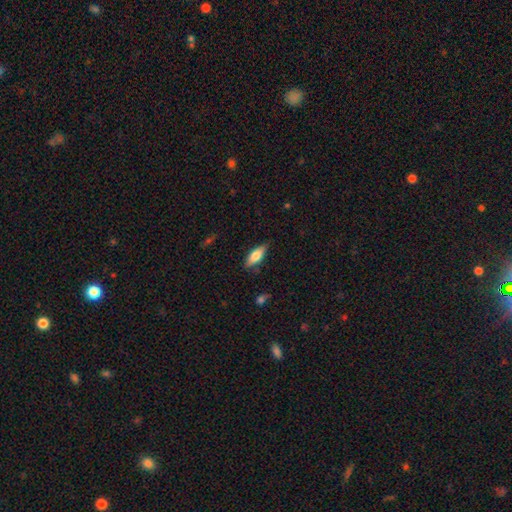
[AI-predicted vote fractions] Q: Smooth or featured?
A: smooth (70%); runner-up: featured or disk (24%)
Q: How rounded?
A: in between (69%); runner-up: cigar-shaped (29%)
Q: Merging?
A: none (81%); runner-up: minor disturbance (15%)